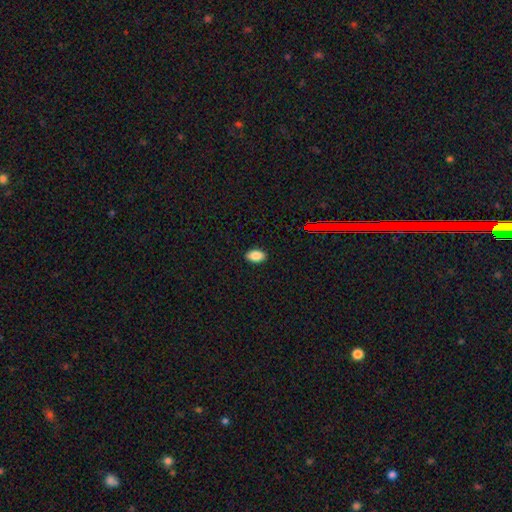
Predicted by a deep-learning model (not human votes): A smooth galaxy with no disk features (85%) that is in between round and cigar-shaped (89%).

Vote fractions:
- Smooth or featured? smooth: 85% / star or artifact: 10% / featured or disk: 5%
- How rounded? in between: 89% / round: 9% / cigar-shaped: 1%
- Merging? none: 90% / minor disturbance: 7% / major disturbance: 2% / merger: 1%